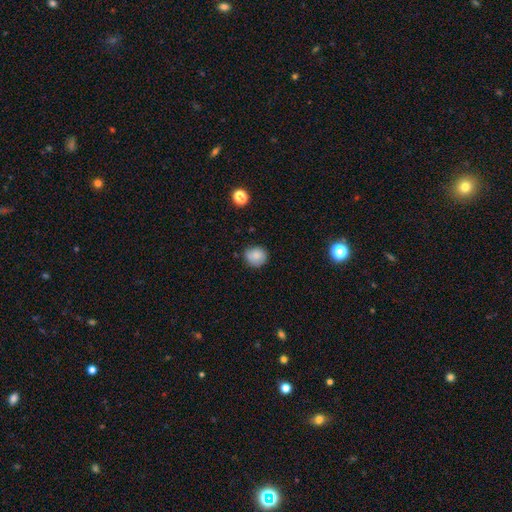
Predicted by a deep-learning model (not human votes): Overall: smooth (81%). How rounded: round (84%). Merging: none (77%).